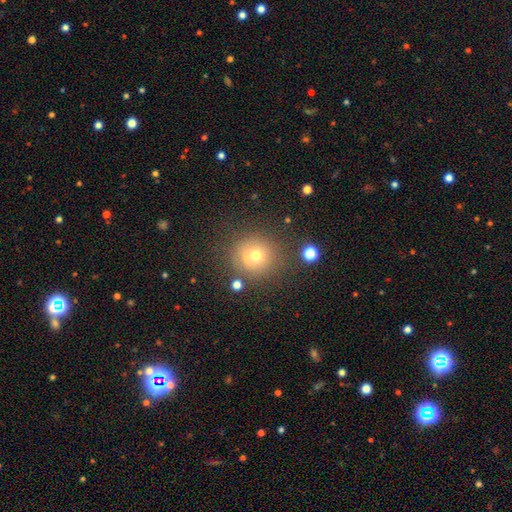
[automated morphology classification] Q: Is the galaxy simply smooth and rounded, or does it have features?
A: smooth — 66%.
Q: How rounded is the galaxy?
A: round — 92%.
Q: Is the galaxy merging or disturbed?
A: none — 71%.